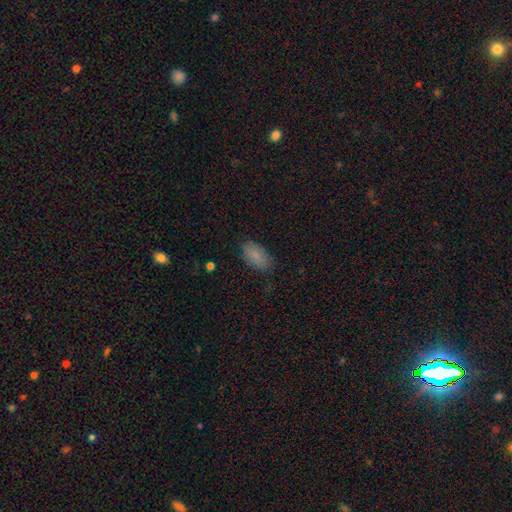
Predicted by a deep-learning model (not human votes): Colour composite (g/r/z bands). It shows a smooth galaxy with no disk features (85%) that is in between round and cigar-shaped (93%). Merging: none (79%).